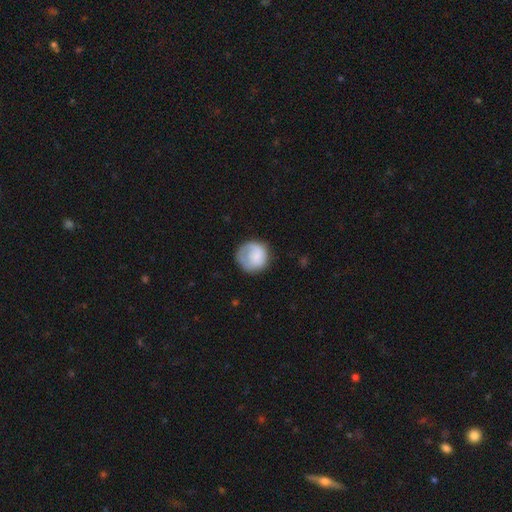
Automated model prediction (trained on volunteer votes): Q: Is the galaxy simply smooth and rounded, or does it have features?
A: smooth — 70%.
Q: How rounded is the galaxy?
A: round — 87%.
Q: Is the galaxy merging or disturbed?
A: none — 61%.